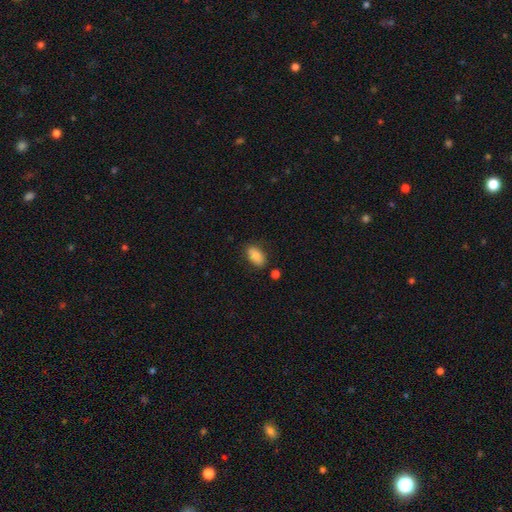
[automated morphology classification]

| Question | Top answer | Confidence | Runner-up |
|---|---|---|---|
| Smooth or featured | smooth | 84% | featured or disk (9%) |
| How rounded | in between | 91% | round (5%) |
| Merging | none | 80% | minor disturbance (14%) |